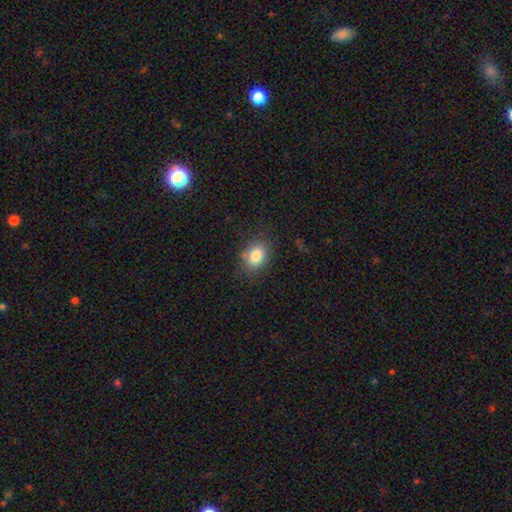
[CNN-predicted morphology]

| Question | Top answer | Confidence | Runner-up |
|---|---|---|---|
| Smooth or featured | smooth | 82% | star or artifact (9%) |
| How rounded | in between | 69% | round (29%) |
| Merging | none | 77% | minor disturbance (16%) |